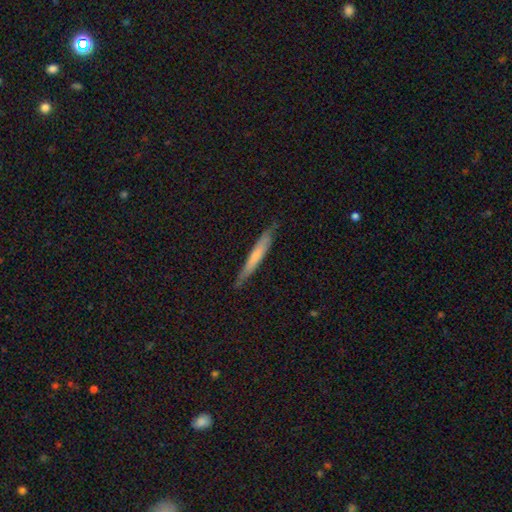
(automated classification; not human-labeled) smooth 57%, featured or disk 37%, star or artifact 6%. Down the decision tree: how rounded — cigar-shaped (95%); merging — none (83%).